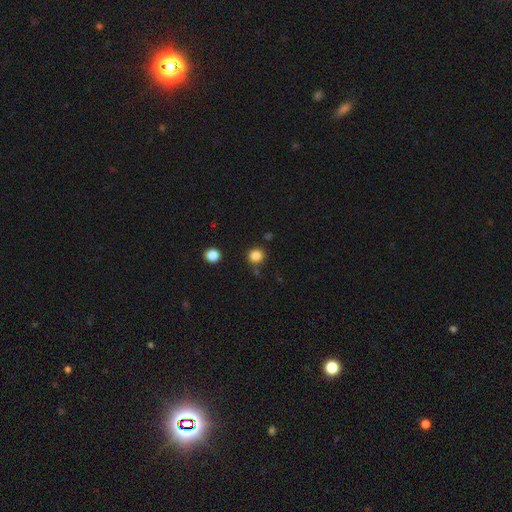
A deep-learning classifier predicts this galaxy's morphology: Smooth or featured: smooth — 83% (star or artifact — 13%)
How rounded: round — 92% (in between — 7%)
Merging: none — 84% (minor disturbance — 9%)